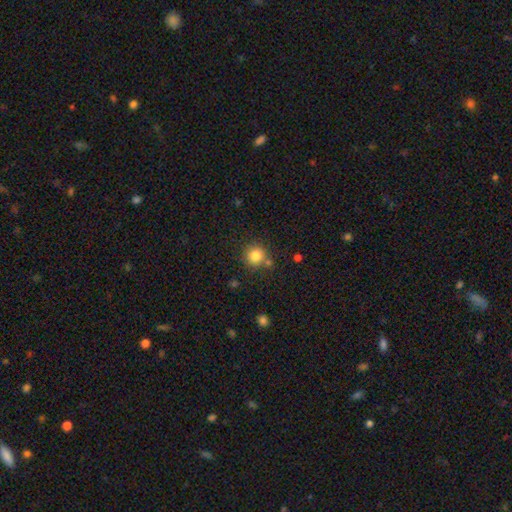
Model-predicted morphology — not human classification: Smooth or featured?
  - smooth: 83% *
  - star or artifact: 11%
  - featured or disk: 6%
How rounded?
  - round: 92% *
  - in between: 7%
  - cigar-shaped: 1%
Merging?
  - none: 76% *
  - merger: 10%
  - minor disturbance: 10%
  - major disturbance: 3%